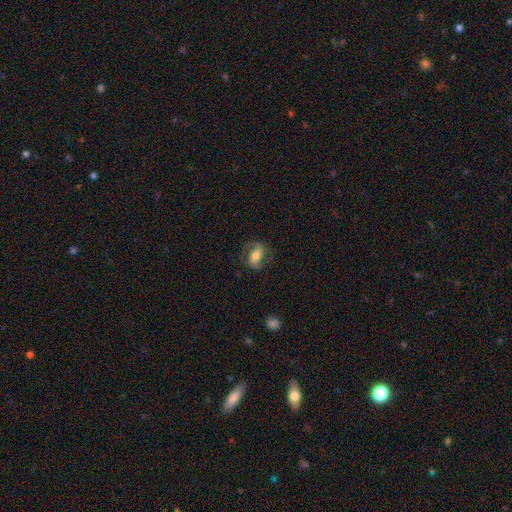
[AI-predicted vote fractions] Smooth or featured?
  - featured or disk: 62% *
  - smooth: 30%
  - star or artifact: 7%
Edge-on disk?
  - no: 93% *
  - yes: 7%
Bar?
  - strong: 42% *
  - weak: 31%
  - no: 27%
Spiral arms?
  - yes: 87% *
  - no: 13%
Spiral winding?
  - medium: 43% *
  - loose: 37%
  - tight: 20%
Spiral arm count?
  - 2: 86% *
  - can't tell: 6%
  - 1: 5%
  - 3: 1%
  - 4: 1%
  - more than 4: 1%
Bulge size?
  - moderate: 60% *
  - small: 21%
  - large: 14%
  - none: 2%
  - dominant: 2%
Merging?
  - none: 73% *
  - minor disturbance: 17%
  - major disturbance: 9%
  - merger: 1%